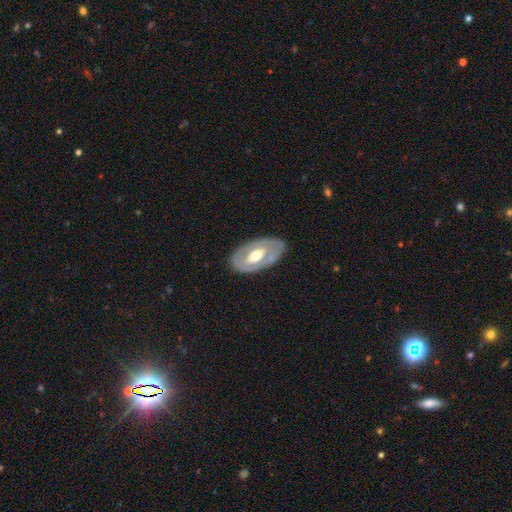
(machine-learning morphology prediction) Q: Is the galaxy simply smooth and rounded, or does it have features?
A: featured or disk — 62%.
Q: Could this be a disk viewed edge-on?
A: no — 88%.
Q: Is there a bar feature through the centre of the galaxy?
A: no — 59%.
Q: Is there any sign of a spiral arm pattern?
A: no — 78%.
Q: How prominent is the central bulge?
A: moderate — 68%.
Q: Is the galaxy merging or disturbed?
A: none — 80%.